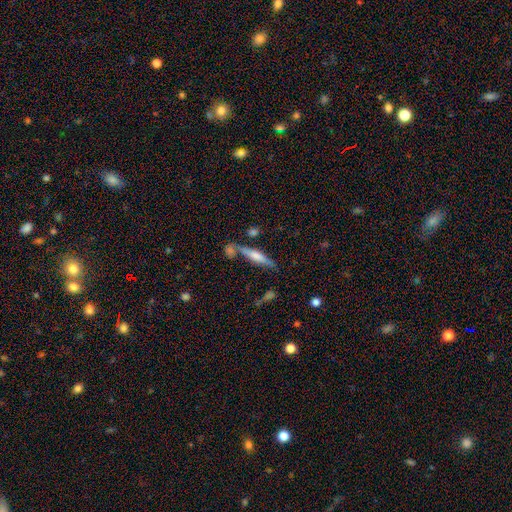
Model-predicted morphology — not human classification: A smooth galaxy with no disk features (50%) that is cigar-shaped (81%). Merging: none (66%).